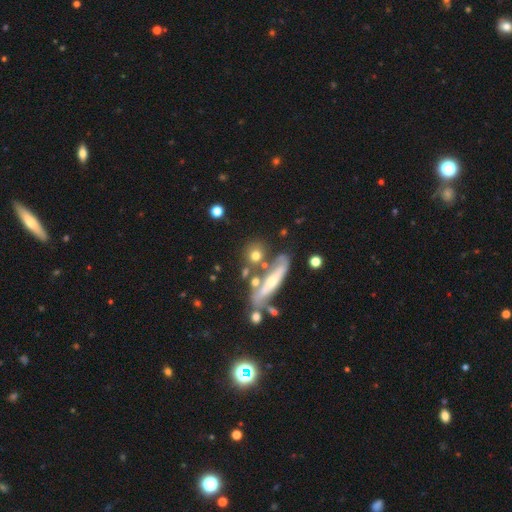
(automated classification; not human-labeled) This appears to be a smooth galaxy with no disk features (64%) that is round (63%). Merging: none (59%).